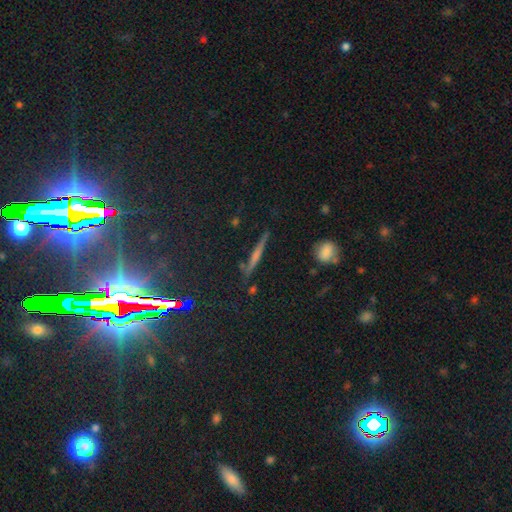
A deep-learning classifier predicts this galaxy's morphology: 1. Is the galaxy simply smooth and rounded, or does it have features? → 49% featured or disk, 33% smooth, 18% star or artifact.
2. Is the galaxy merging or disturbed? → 85% none, 10% minor disturbance, 2% major disturbance, 2% merger.